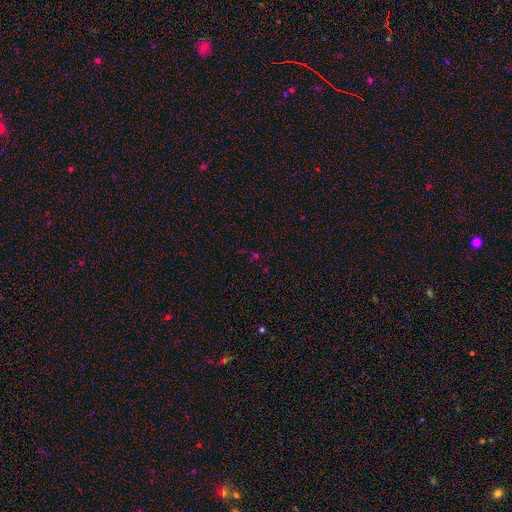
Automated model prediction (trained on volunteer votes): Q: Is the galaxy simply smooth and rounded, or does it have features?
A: star or artifact — 62%.